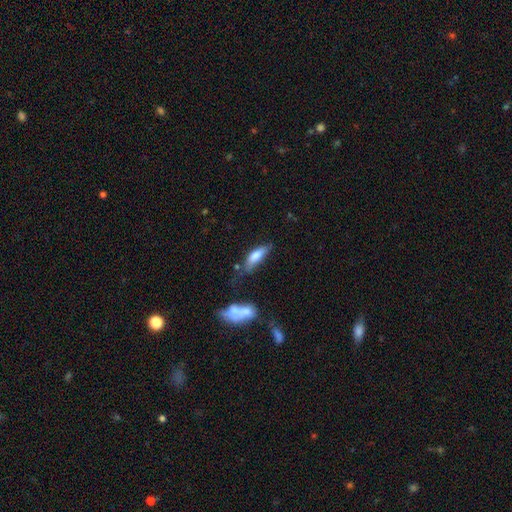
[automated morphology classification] This is likely a smooth galaxy (73%). How rounded: possibly in between (59%). Merging: marginally none (44%).